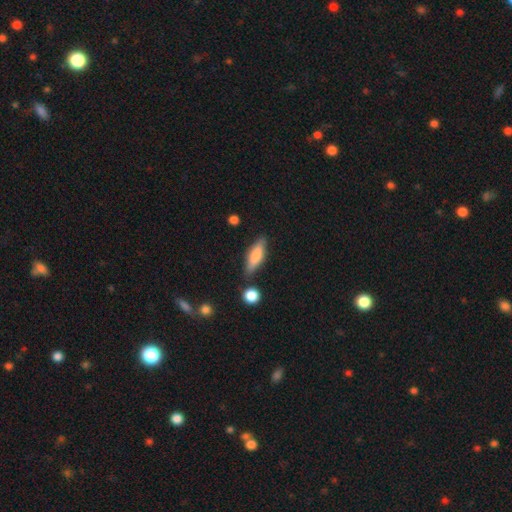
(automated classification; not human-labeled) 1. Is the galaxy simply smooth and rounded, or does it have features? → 70% smooth, 24% featured or disk, 6% star or artifact.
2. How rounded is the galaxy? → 50% cigar-shaped, 48% in between, 3% round.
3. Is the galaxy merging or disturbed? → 79% none, 14% minor disturbance, 4% merger, 3% major disturbance.